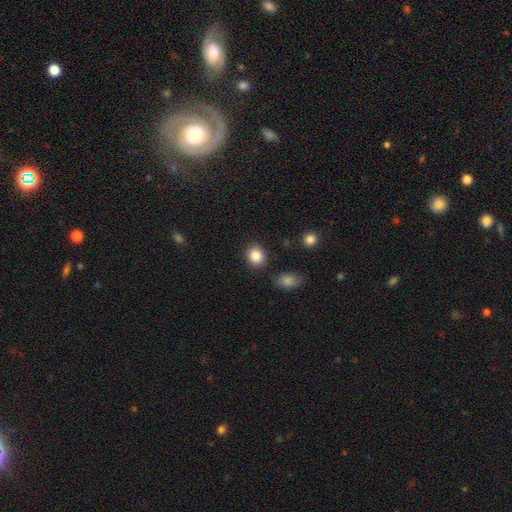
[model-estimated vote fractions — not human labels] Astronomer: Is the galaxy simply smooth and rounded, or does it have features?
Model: smooth — 86%.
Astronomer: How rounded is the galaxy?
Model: round — 73%.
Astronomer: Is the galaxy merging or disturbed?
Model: none — 88%.